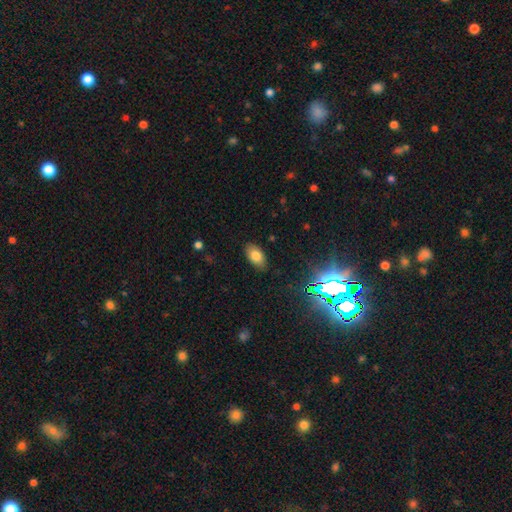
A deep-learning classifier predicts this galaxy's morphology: The model was most divided on "smooth or featured": smooth: 79%, star or artifact: 11%, featured or disk: 10%. More confident: how rounded — in between (92%); merging — none (85%).